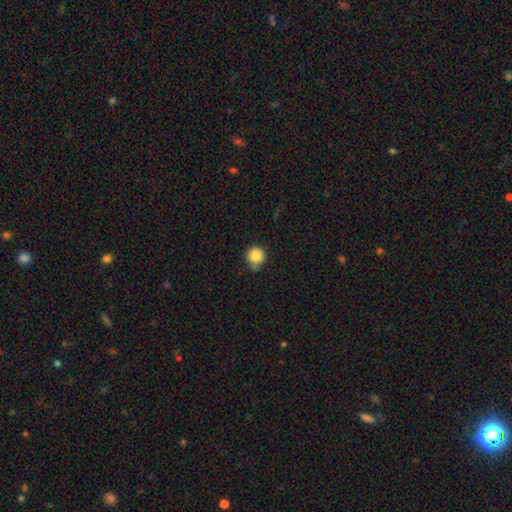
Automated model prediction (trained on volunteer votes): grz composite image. It shows a smooth galaxy with no disk features (84%) that is round (92%). Merging: none (63%).